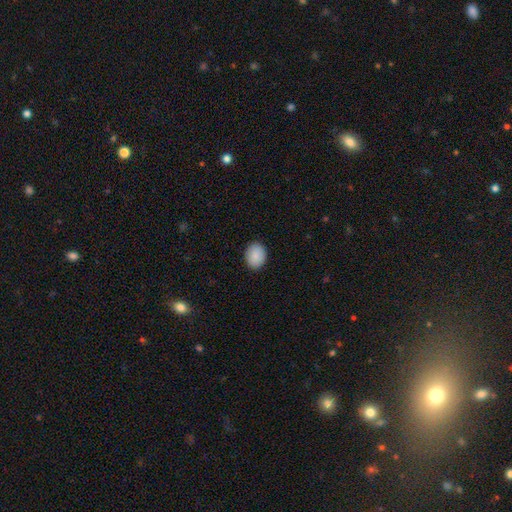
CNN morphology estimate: Smooth or featured? Predicted: smooth (p=0.89). How rounded? Predicted: in between (p=0.62). Merging? Predicted: none (p=0.90).